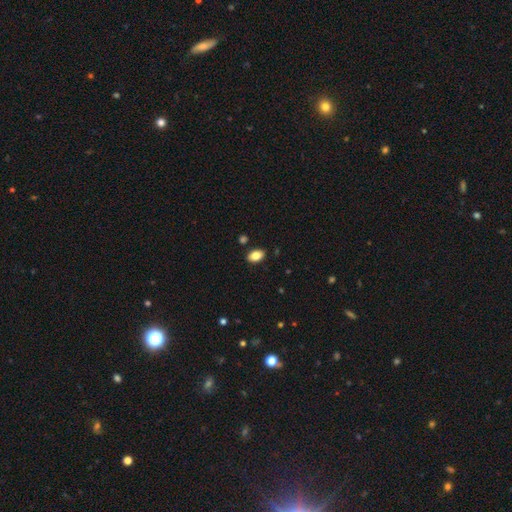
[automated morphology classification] smooth 83%, featured or disk 9%, star or artifact 8%. Down the decision tree: how rounded — in between (90%); merging — none (87%).